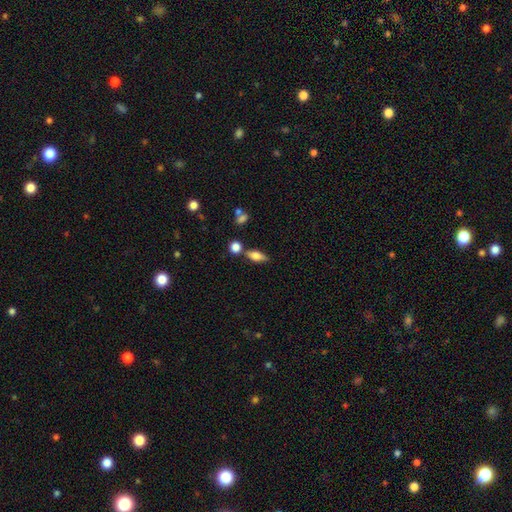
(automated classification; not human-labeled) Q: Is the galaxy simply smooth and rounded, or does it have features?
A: smooth — 72%.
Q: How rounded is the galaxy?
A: in between — 74%.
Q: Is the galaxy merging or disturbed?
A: none — 66%.